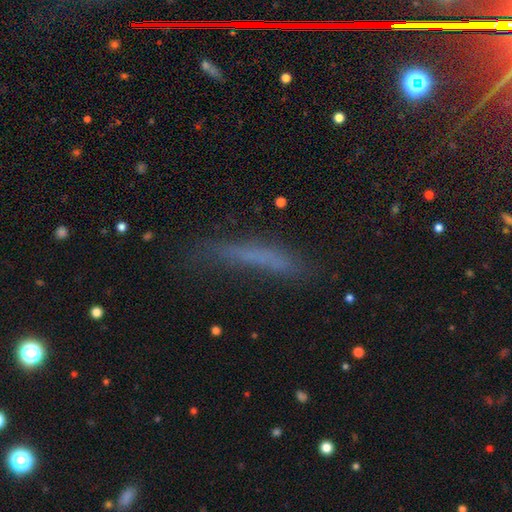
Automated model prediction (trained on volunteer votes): Overall: smooth (56%; featured or disk 22%). How rounded: cigar-shaped (87%). Merging: none (58%; minor disturbance 25%).